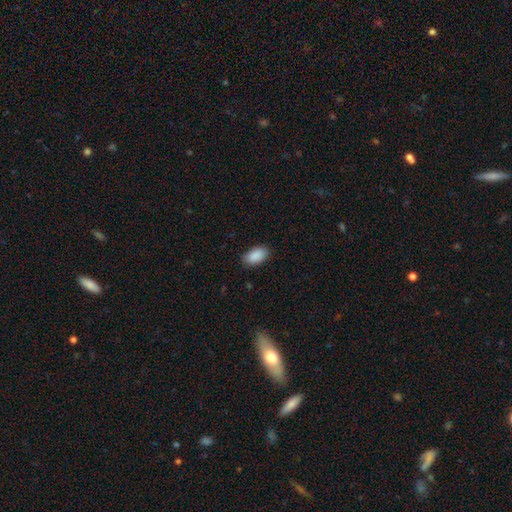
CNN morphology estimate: smooth_or_featured: smooth (p=0.90) [alt: star or artifact p=0.07]
how_rounded: in between (p=0.94) [alt: round p=0.03]
merging: none (p=0.86) [alt: minor disturbance p=0.10]